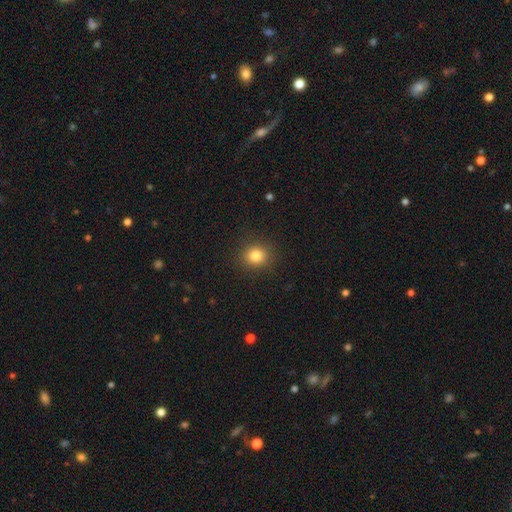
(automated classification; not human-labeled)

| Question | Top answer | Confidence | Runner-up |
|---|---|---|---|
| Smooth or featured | smooth | 83% | star or artifact (12%) |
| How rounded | round | 82% | in between (18%) |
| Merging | none | 90% | minor disturbance (7%) |